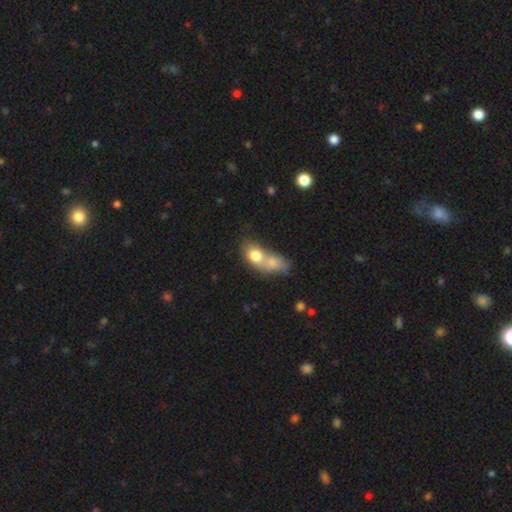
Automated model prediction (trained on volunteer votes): Morphology: type=smooth (75%); roundness=in between (67%); merging=merger (70%).